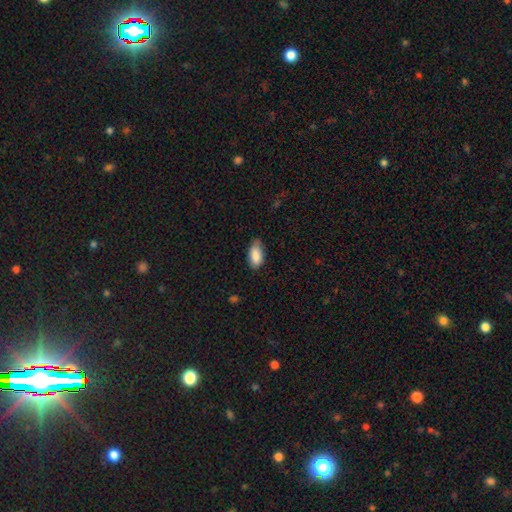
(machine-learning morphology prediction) Smooth or featured? Predicted: smooth (p=0.86). How rounded? Predicted: in between (p=0.92). Merging? Predicted: none (p=0.62).